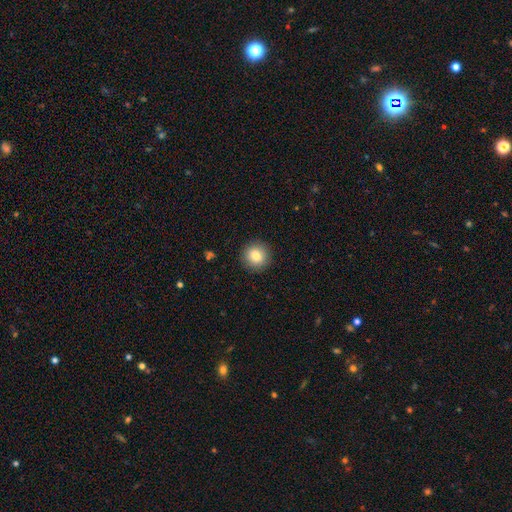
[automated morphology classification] Smooth or featured?
  - smooth: 84% *
  - star or artifact: 9%
  - featured or disk: 6%
How rounded?
  - round: 93% *
  - in between: 6%
  - cigar-shaped: 1%
Merging?
  - none: 91% *
  - minor disturbance: 6%
  - major disturbance: 2%
  - merger: 1%